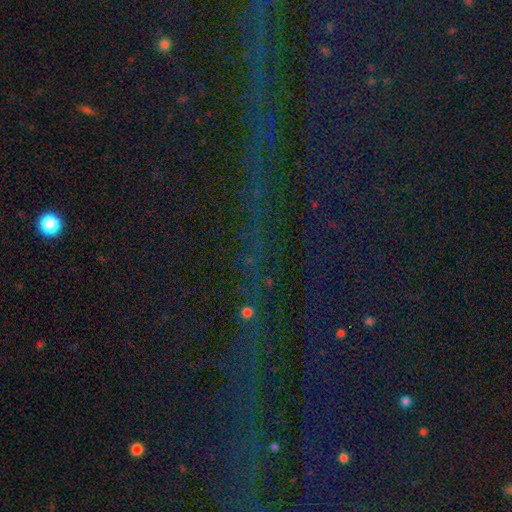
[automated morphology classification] Smooth or featured?
  - star or artifact: 80% *
  - smooth: 10%
  - featured or disk: 9%